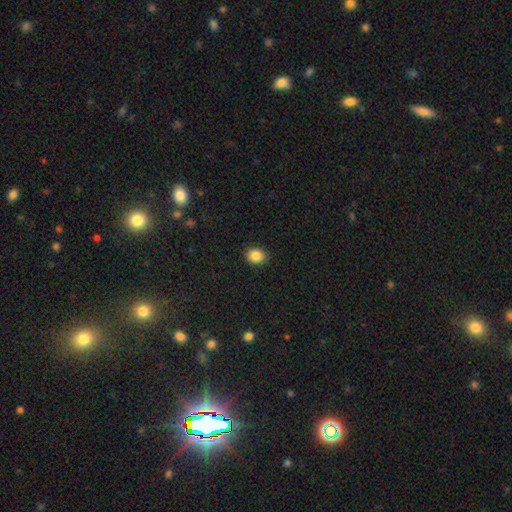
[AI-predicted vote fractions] Smooth or featured? smooth (87%)
How rounded? round (57%)
Merging? none (90%)